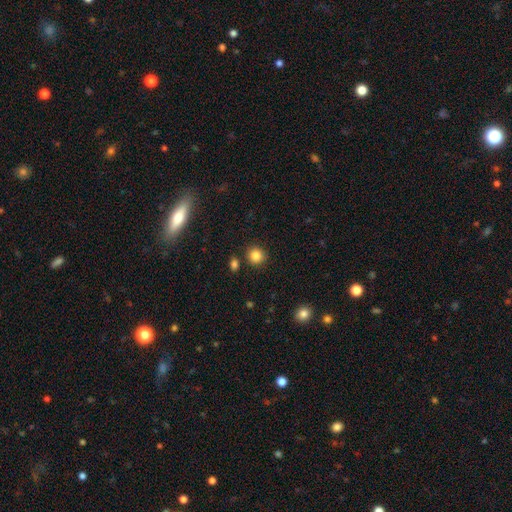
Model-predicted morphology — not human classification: Smooth or featured: smooth — 84% (star or artifact — 11%)
How rounded: round — 89% (in between — 10%)
Merging: none — 85% (minor disturbance — 7%)